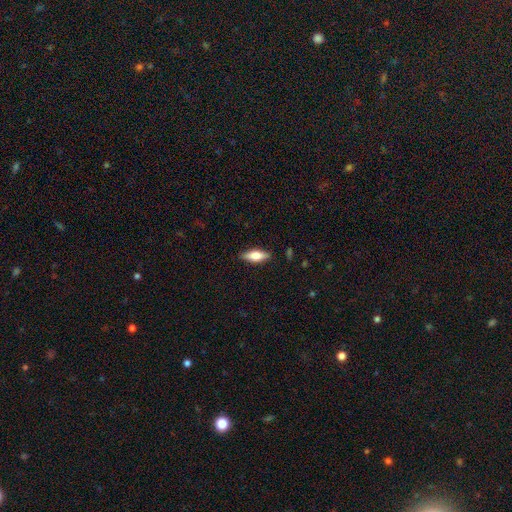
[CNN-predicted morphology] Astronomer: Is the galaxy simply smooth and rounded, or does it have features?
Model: smooth — 68%.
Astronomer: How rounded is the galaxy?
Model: in between — 67%.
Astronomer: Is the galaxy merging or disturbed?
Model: none — 87%.